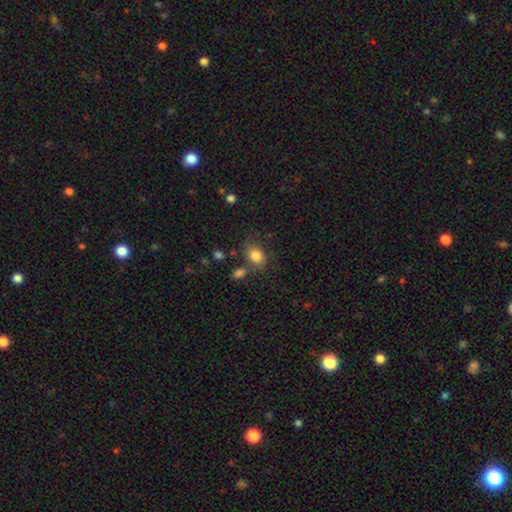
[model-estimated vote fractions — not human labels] Smooth or featured: smooth — 83% (star or artifact — 9%)
How rounded: in between — 65% (round — 33%)
Merging: none — 64% (minor disturbance — 19%)